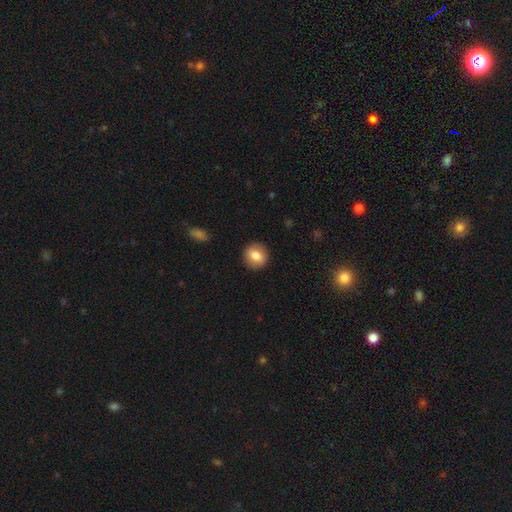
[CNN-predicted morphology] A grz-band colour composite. It shows a smooth galaxy with no disk features (78%) that is round (86%). Merging: none (90%).